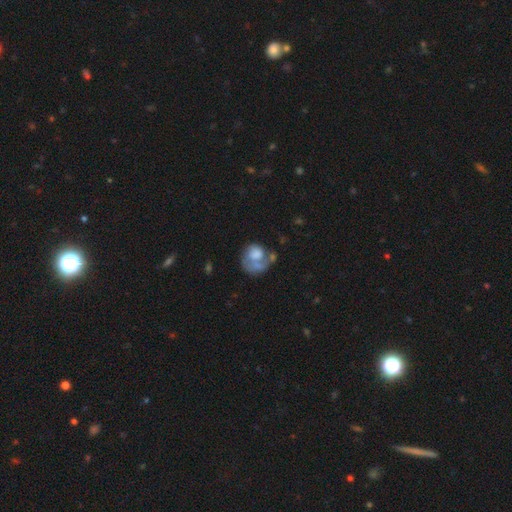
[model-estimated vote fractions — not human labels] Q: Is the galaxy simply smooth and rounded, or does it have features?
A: smooth — 49%.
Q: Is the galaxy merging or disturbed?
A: none — 33%, tied with major disturbance.